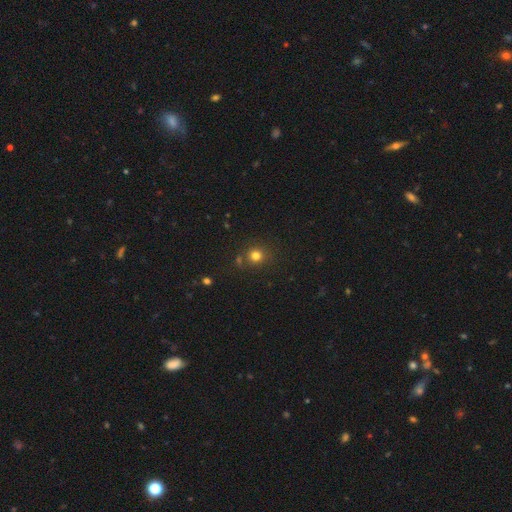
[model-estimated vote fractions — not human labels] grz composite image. It shows a smooth galaxy with no disk features (78%) that is round (89%). Merging: none (78%).